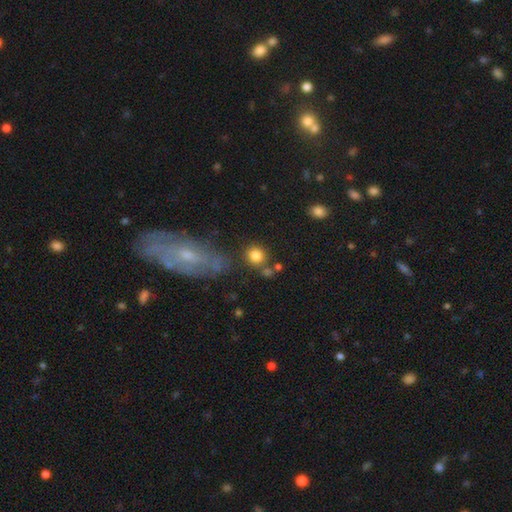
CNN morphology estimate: Smooth or featured? Predicted: smooth (p=0.83). How rounded? Predicted: round (p=0.86). Merging? Predicted: none (p=0.71).